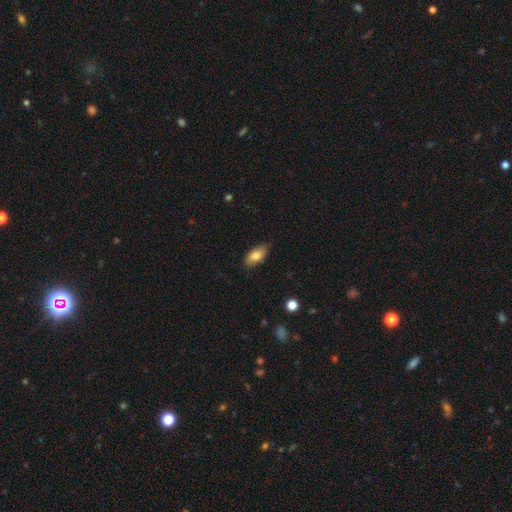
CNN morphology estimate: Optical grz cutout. It shows a smooth galaxy with no disk features (81%) that is in between round and cigar-shaped (88%). Merging: none (81%).